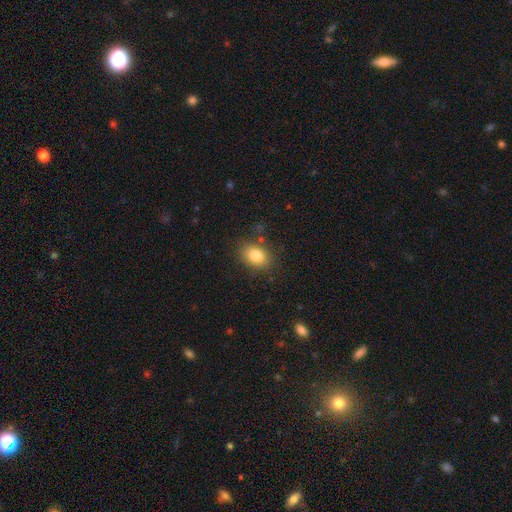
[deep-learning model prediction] smooth 81%, star or artifact 10%, featured or disk 9%. Down the decision tree: how rounded — in between (70%); merging — none (81%).